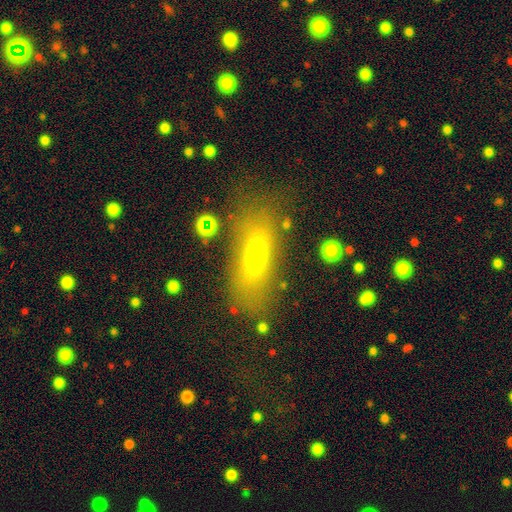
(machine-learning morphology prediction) Smooth or featured: smooth — 59% (featured or disk — 26%)
How rounded: in between — 58% (cigar-shaped — 37%)
Merging: none — 72% (minor disturbance — 16%)